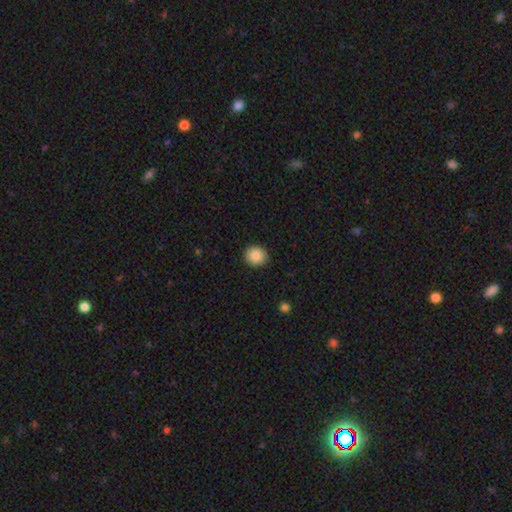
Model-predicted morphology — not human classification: type=smooth (87%); roundness=round (84%); merging=none (89%).